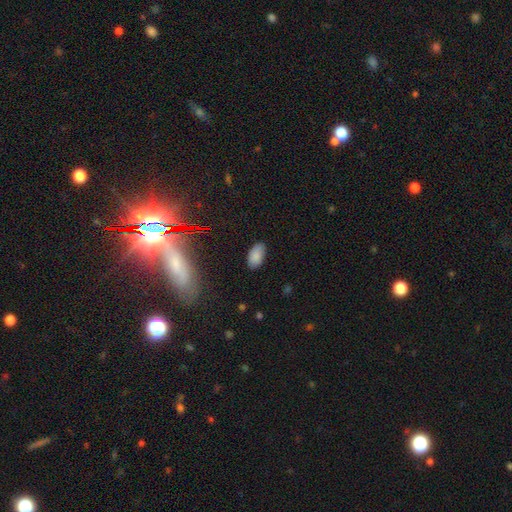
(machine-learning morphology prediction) type=smooth (85%); roundness=in between (95%); merging=none (84%).